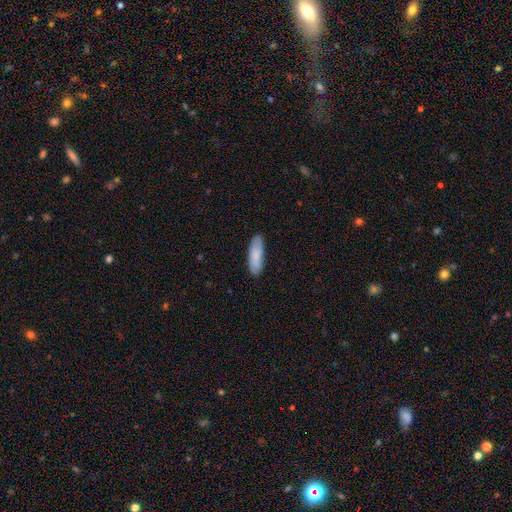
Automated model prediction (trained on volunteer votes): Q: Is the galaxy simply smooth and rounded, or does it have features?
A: smooth — 84%.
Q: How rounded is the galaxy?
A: in between — 57%.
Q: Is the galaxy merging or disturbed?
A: none — 85%.